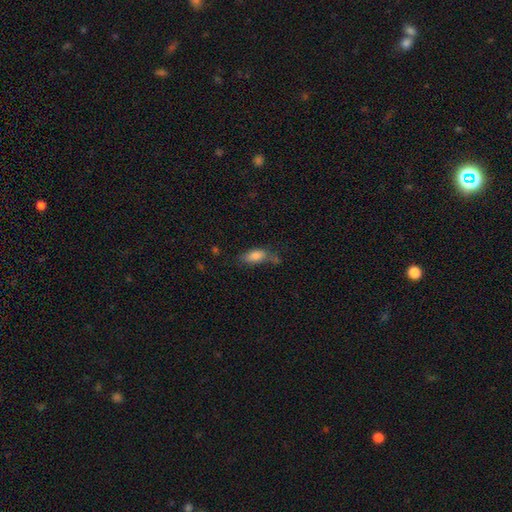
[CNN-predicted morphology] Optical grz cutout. It shows a smooth galaxy with no disk features (80%) that is in between round and cigar-shaped (81%). Merging: none (48%).